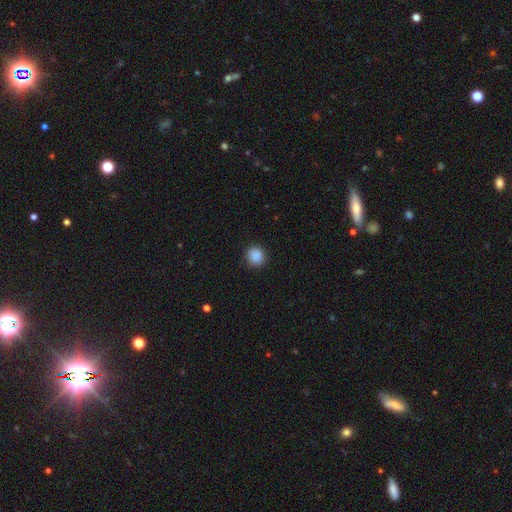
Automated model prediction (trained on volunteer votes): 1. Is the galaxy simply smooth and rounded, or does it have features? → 88% smooth, 9% star or artifact, 3% featured or disk.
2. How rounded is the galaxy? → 88% round, 11% in between, 1% cigar-shaped.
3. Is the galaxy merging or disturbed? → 90% none, 7% minor disturbance, 2% major disturbance, 1% merger.